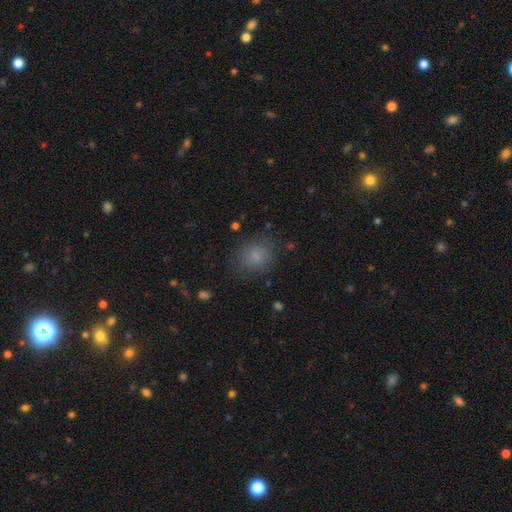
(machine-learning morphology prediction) A smooth galaxy with no disk features (79%) that is round (64%).

Vote fractions:
- Smooth or featured? smooth: 79% / star or artifact: 13% / featured or disk: 9%
- How rounded? round: 64% / in between: 35% / cigar-shaped: 1%
- Merging? none: 74% / minor disturbance: 17% / major disturbance: 7% / merger: 2%